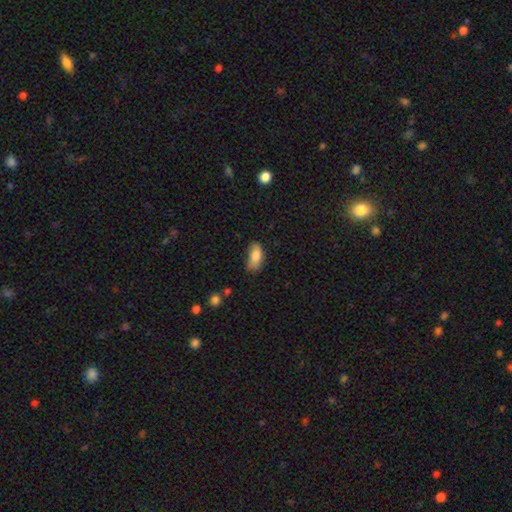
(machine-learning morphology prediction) Smooth or featured?
  - smooth: 82% *
  - featured or disk: 11%
  - star or artifact: 7%
How rounded?
  - in between: 90% *
  - cigar-shaped: 7%
  - round: 4%
Merging?
  - none: 56% *
  - minor disturbance: 33%
  - major disturbance: 9%
  - merger: 3%